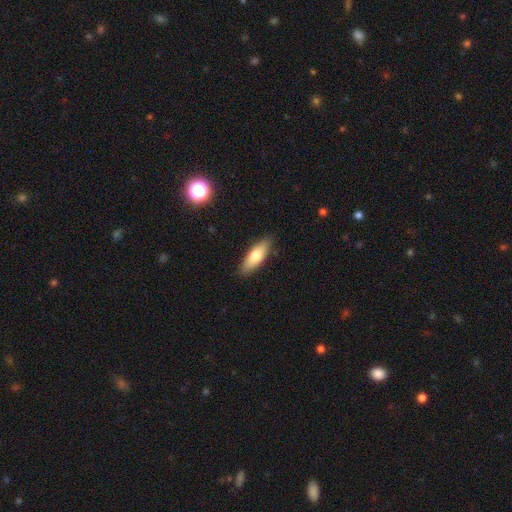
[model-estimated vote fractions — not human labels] smooth-or-featured: smooth: 73% | featured or disk: 21% | star or artifact: 6%
  how-rounded: in between: 64% | cigar-shaped: 34% | round: 2%
  merging: none: 87% | minor disturbance: 10% | major disturbance: 2% | merger: 1%